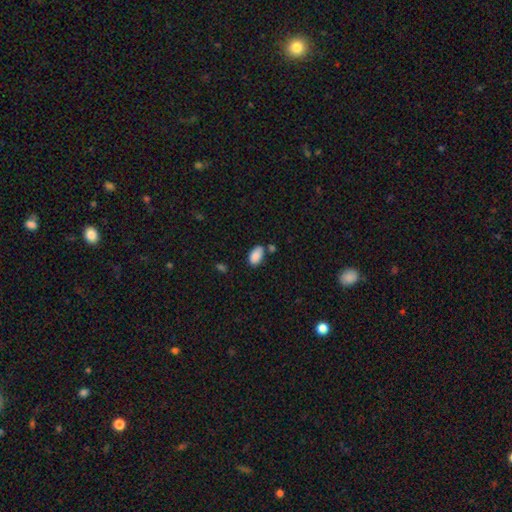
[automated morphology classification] This is clearly a smooth galaxy (89%). How rounded: clearly in between (94%). Merging: likely none (68%).